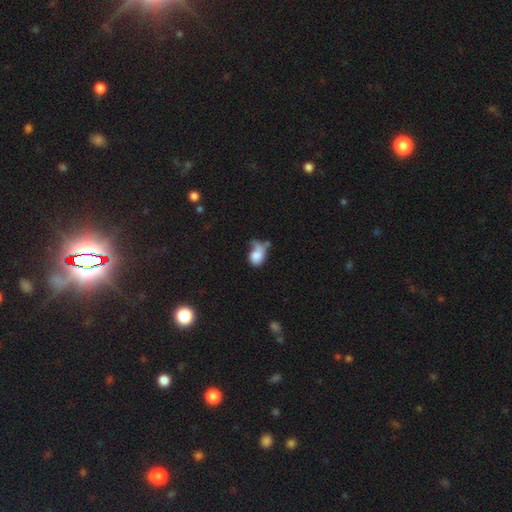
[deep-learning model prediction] This appears to be a smooth galaxy with no disk features (68%) that is in between round and cigar-shaped (72%). Merging: major disturbance (32%).